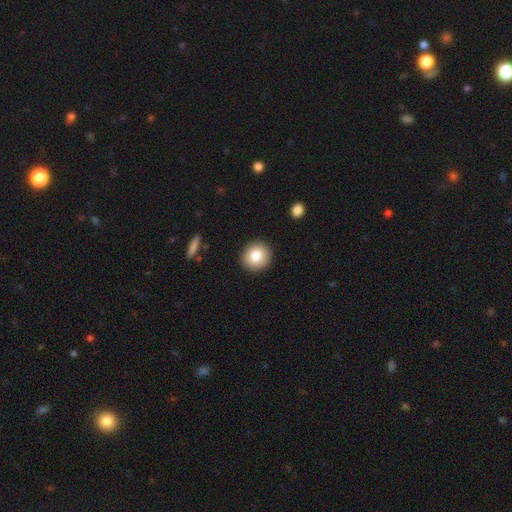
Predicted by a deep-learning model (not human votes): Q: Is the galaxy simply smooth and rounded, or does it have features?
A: smooth — 83%.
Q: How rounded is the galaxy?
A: round — 91%.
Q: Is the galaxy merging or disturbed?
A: none — 91%.